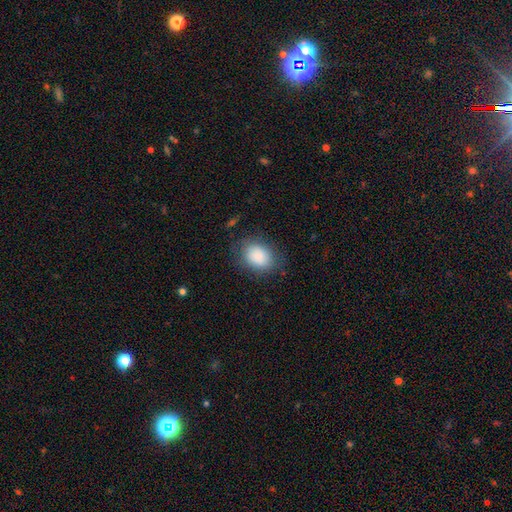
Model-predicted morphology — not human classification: type=smooth (87%); roundness=in between (62%); merging=none (77%).